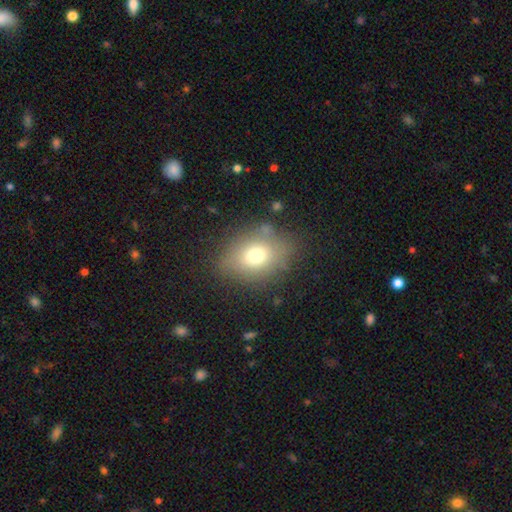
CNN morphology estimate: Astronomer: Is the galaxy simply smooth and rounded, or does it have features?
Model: smooth — 72%.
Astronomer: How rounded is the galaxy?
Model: in between — 62%.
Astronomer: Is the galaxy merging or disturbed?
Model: none — 76%.